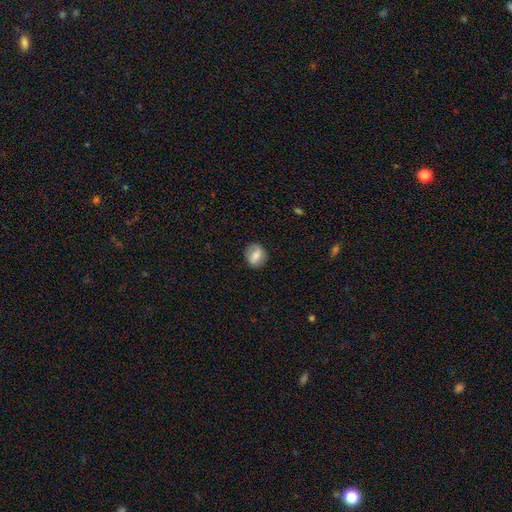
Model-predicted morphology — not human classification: type=smooth (68%); roundness=round (70%); merging=none (84%).